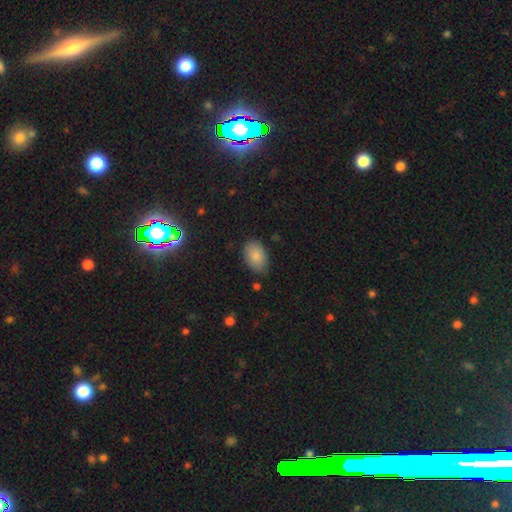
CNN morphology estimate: Q: Smooth or featured?
A: smooth (86%); runner-up: star or artifact (8%)
Q: How rounded?
A: in between (87%); runner-up: round (12%)
Q: Merging?
A: none (76%); runner-up: minor disturbance (19%)